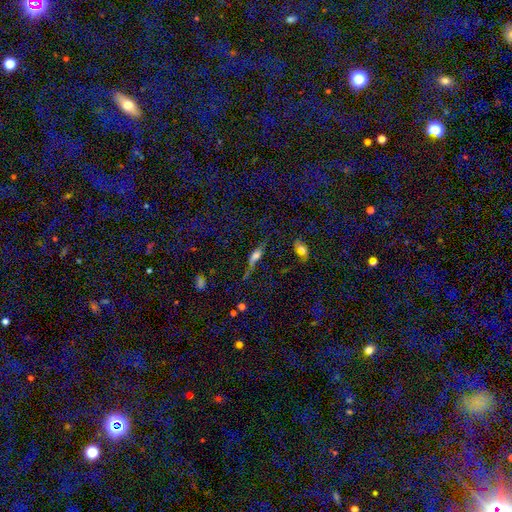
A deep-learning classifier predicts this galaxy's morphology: This is possibly a featured or disk galaxy (54%). It is clearly viewed edge-on (85%). Merging: likely none (60%).